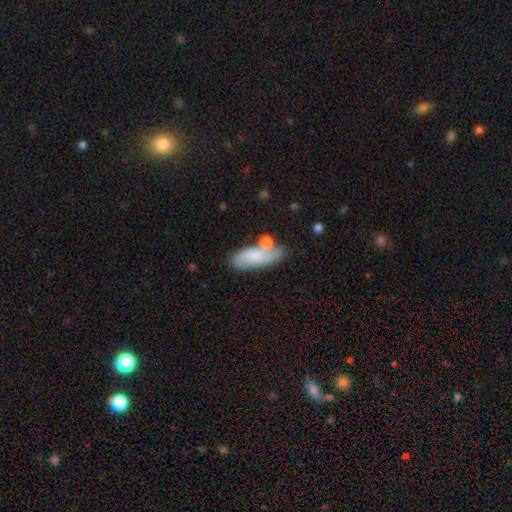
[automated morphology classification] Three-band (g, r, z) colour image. It shows a smooth galaxy with no disk features (58%) that is in between round and cigar-shaped (74%). Merging: none (54%).